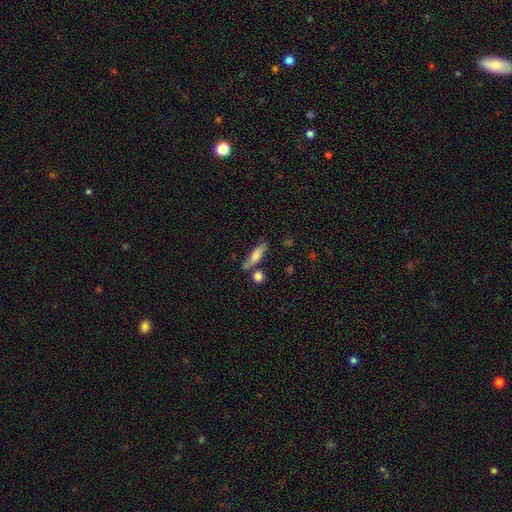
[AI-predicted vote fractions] Smooth or featured?
  - smooth: 69% *
  - featured or disk: 24%
  - star or artifact: 7%
How rounded?
  - cigar-shaped: 61% *
  - in between: 35%
  - round: 4%
Merging?
  - none: 63% *
  - minor disturbance: 18%
  - merger: 13%
  - major disturbance: 6%